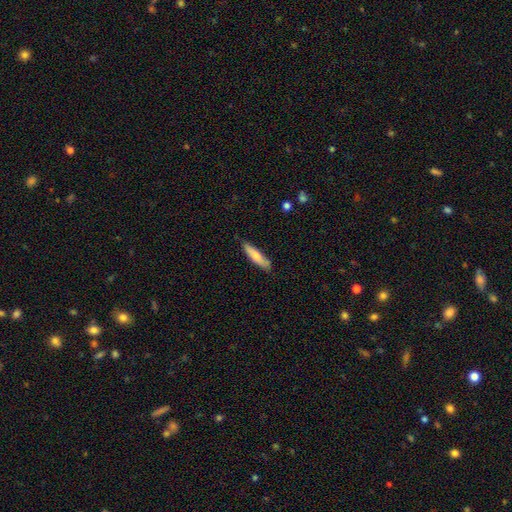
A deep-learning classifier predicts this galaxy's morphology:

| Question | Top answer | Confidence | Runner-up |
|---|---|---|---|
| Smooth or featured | smooth | 73% | featured or disk (21%) |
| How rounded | cigar-shaped | 78% | in between (20%) |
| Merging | none | 81% | minor disturbance (15%) |